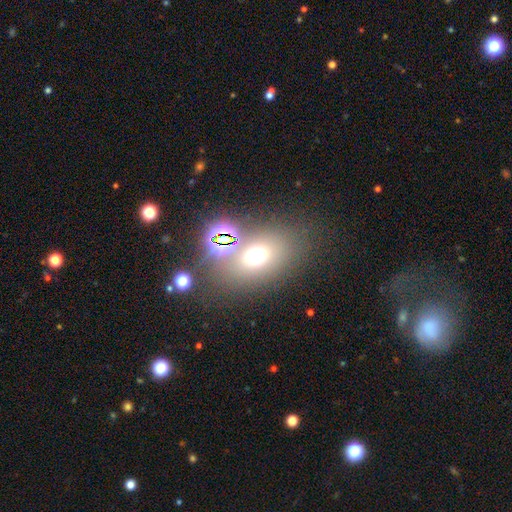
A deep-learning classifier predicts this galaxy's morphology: Smooth or featured: smooth — 60% (star or artifact — 26%)
How rounded: in between — 64% (round — 34%)
Merging: none — 66% (merger — 13%)